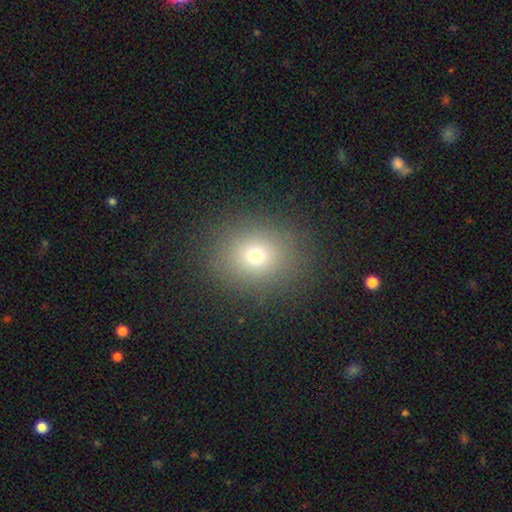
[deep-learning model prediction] smooth-or-featured: smooth: 72% | star or artifact: 17% | featured or disk: 11%
  how-rounded: round: 70% | in between: 29% | cigar-shaped: 1%
  merging: none: 87% | minor disturbance: 8% | major disturbance: 4% | merger: 1%